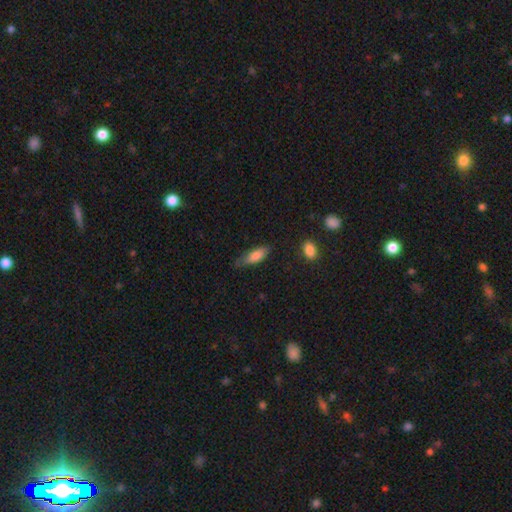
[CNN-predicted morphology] A smooth galaxy with no disk features (78%) that is in between round and cigar-shaped (62%). Merging: none (61%).